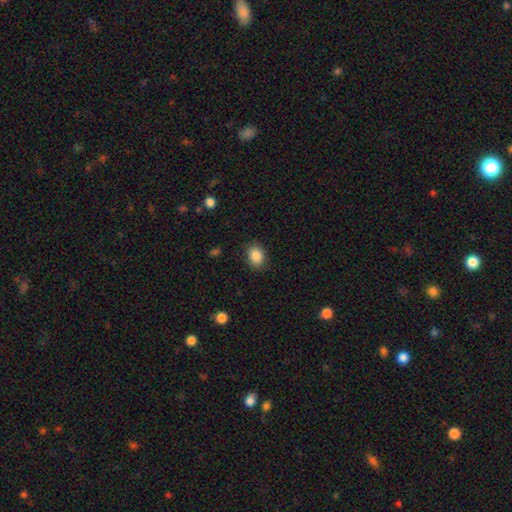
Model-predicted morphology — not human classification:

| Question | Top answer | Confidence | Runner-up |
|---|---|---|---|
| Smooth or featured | smooth | 86% | star or artifact (9%) |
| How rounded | in between | 60% | round (39%) |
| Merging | none | 87% | minor disturbance (10%) |